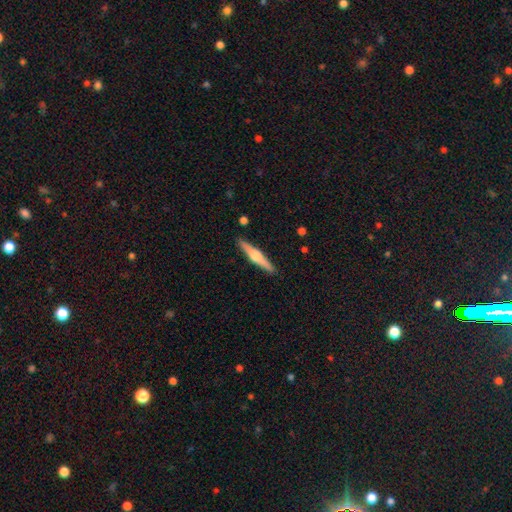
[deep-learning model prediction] featured or disk 62%, smooth 33%, star or artifact 5%. Down the decision tree: edge-on disk — yes (97%); edge-on bulge — rounded (90%); merging — none (90%).